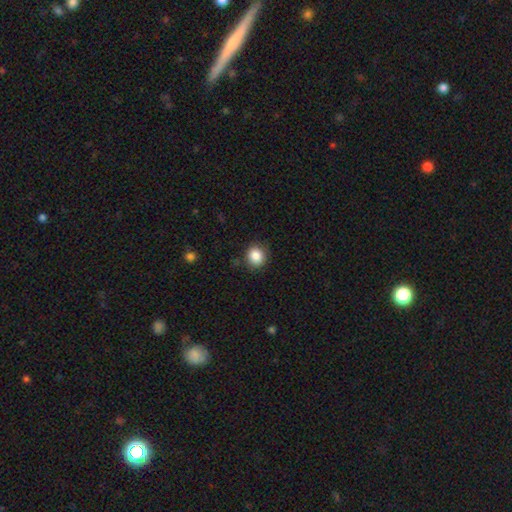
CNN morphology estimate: This is clearly a smooth galaxy (86%). How rounded: clearly round (84%). Merging: clearly none (85%).